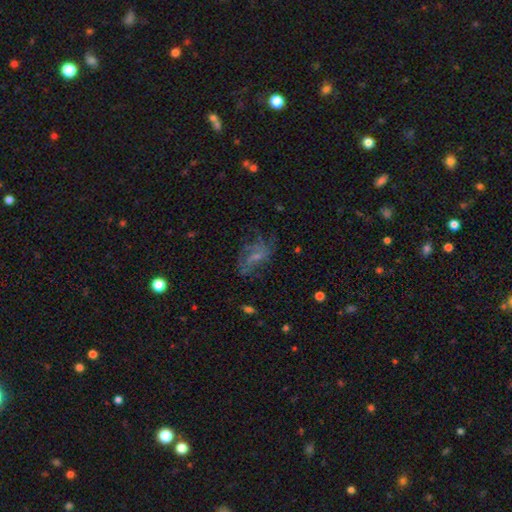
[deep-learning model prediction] Smooth or featured?
  - featured or disk: 61% *
  - smooth: 21%
  - star or artifact: 18%
Edge-on disk?
  - no: 95% *
  - yes: 5%
Bar?
  - no: 47% *
  - weak: 42%
  - strong: 10%
Spiral arms?
  - yes: 77% *
  - no: 23%
Bulge size?
  - small: 57% *
  - moderate: 23%
  - none: 16%
  - large: 2%
  - dominant: 1%
Merging?
  - none: 56% *
  - major disturbance: 22%
  - minor disturbance: 19%
  - merger: 3%